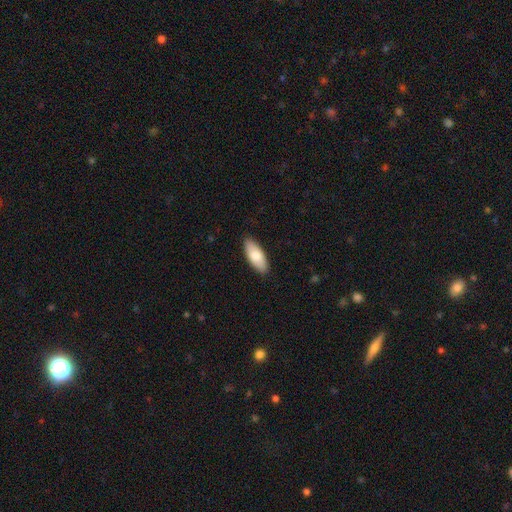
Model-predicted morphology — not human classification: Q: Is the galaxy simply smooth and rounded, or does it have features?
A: smooth — 81%.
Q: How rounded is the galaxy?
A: in between — 83%.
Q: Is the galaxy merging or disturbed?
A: none — 89%.